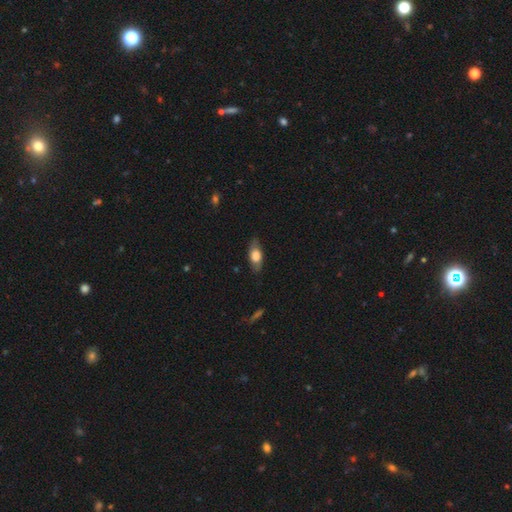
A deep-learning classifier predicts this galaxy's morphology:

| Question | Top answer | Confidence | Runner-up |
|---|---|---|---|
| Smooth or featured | smooth | 63% | featured or disk (30%) |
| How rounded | in between | 80% | cigar-shaped (14%) |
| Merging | none | 79% | minor disturbance (16%) |